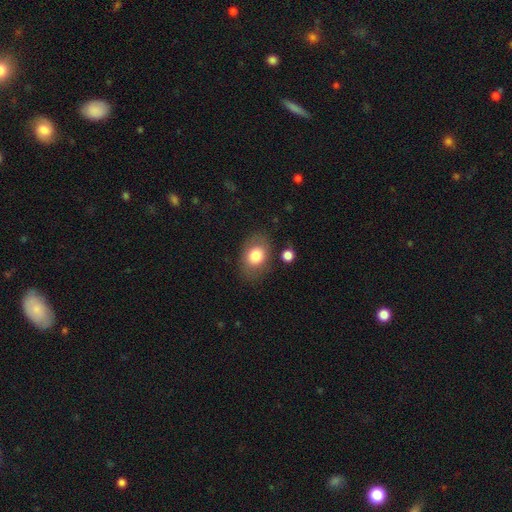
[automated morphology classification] This is likely a smooth galaxy (78%). How rounded: likely in between (72%). Merging: likely none (77%).